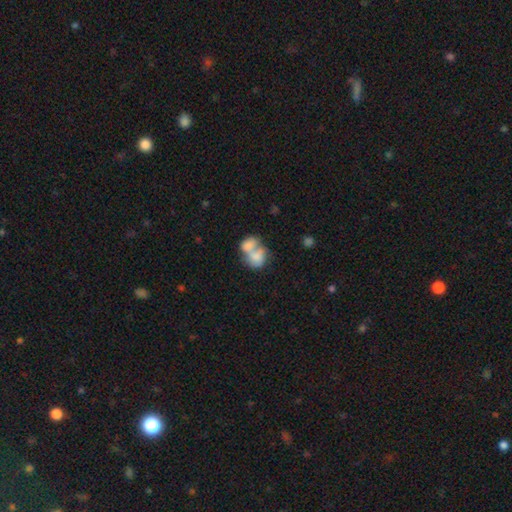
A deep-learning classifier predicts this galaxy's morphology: This appears to be a smooth galaxy with no disk features (68%) that is in between round and cigar-shaped (64%). Merging: merger (76%).